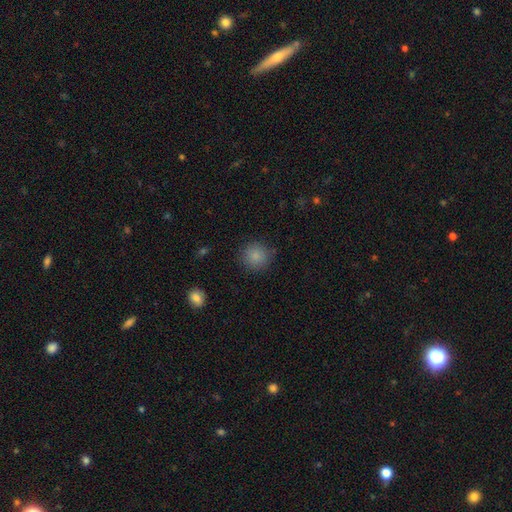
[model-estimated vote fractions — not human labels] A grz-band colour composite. It shows a smooth galaxy with no disk features (86%) that is round (92%). Merging: none (86%).